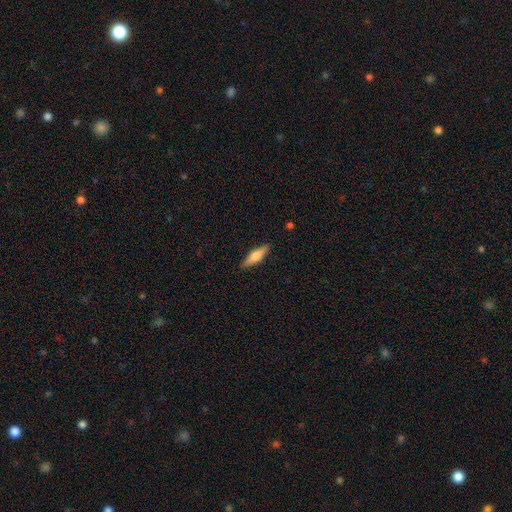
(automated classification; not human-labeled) A smooth galaxy with no disk features (56%) that is cigar-shaped (65%).

Vote fractions:
- Smooth or featured? smooth: 56% / featured or disk: 38% / star or artifact: 6%
- How rounded? cigar-shaped: 65% / in between: 33% / round: 2%
- Merging? none: 89% / minor disturbance: 8% / major disturbance: 2% / merger: 1%